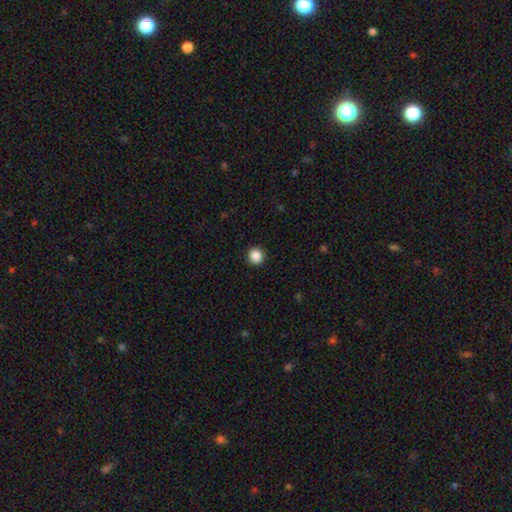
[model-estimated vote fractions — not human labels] smooth-or-featured: smooth: 88% | star or artifact: 10% | featured or disk: 3%
  how-rounded: round: 89% | in between: 10% | cigar-shaped: 1%
  merging: none: 92% | minor disturbance: 5% | major disturbance: 2% | merger: 1%